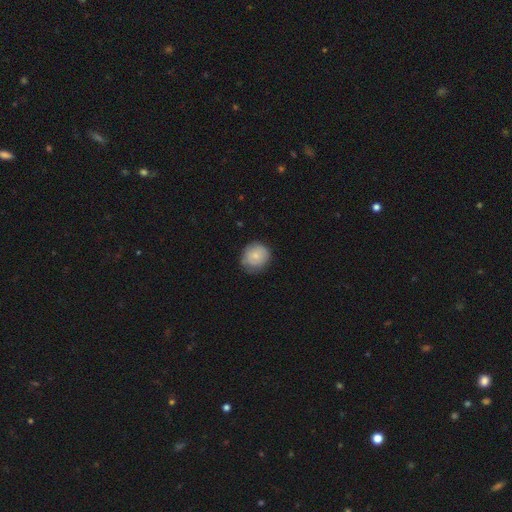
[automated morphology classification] Overall: smooth (75%). How rounded: round (86%). Merging: none (74%).